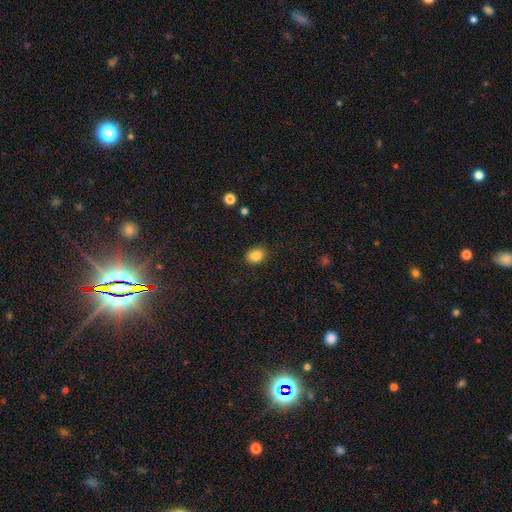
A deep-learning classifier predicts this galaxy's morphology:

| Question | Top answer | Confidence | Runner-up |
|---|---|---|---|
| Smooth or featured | smooth | 86% | star or artifact (9%) |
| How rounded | in between | 67% | round (32%) |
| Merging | none | 86% | minor disturbance (10%) |